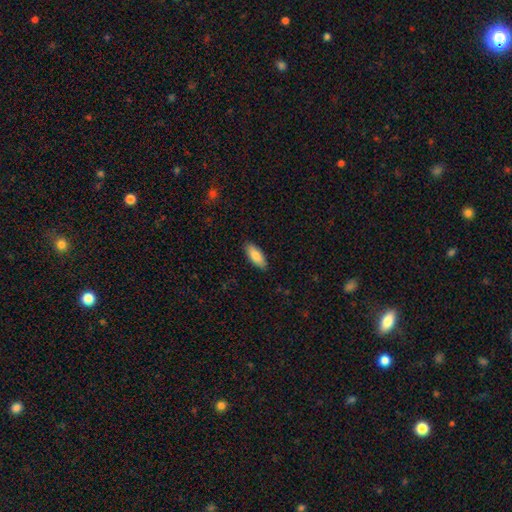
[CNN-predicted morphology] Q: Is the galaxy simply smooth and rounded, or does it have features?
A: smooth — 86%.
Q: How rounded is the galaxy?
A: in between — 77%.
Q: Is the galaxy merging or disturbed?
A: none — 89%.